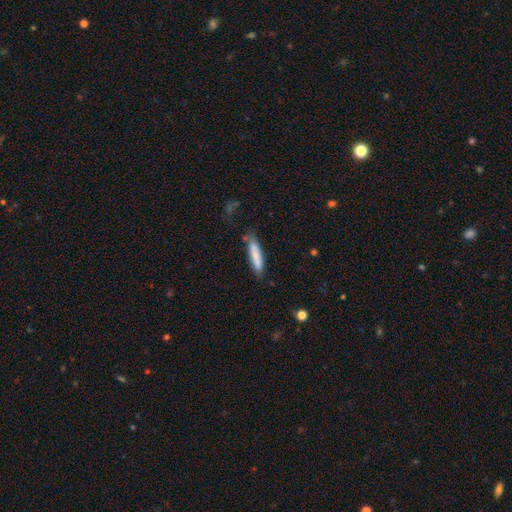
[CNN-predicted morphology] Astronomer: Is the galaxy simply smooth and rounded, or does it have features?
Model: smooth — 81%.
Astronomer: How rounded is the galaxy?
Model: cigar-shaped — 85%.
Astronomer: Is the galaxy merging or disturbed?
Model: none — 73%.